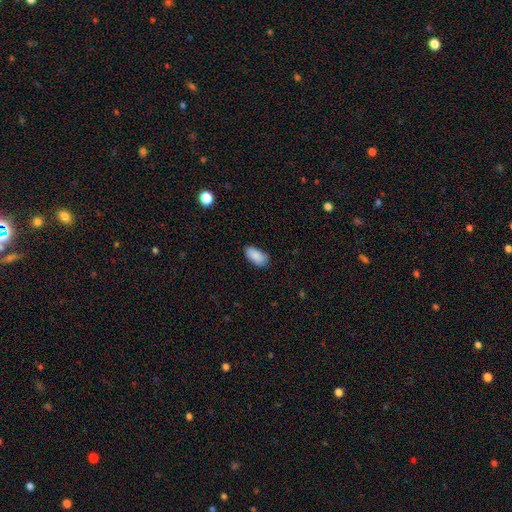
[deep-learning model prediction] Overall: smooth (89%). How rounded: in between (93%). Merging: none (82%).